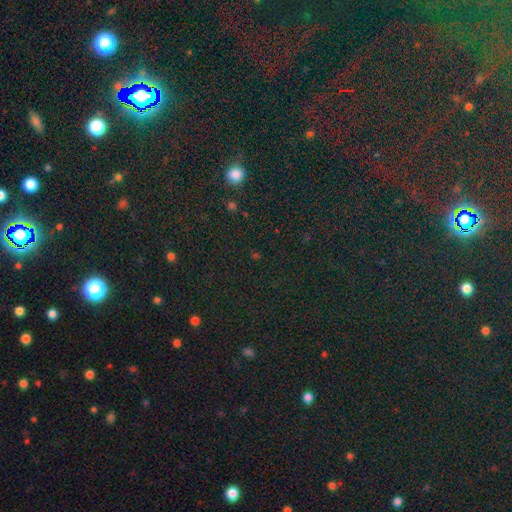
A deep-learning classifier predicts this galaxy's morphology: The model was most divided on "smooth or featured": star or artifact: 81%, smooth: 11%, featured or disk: 8%.